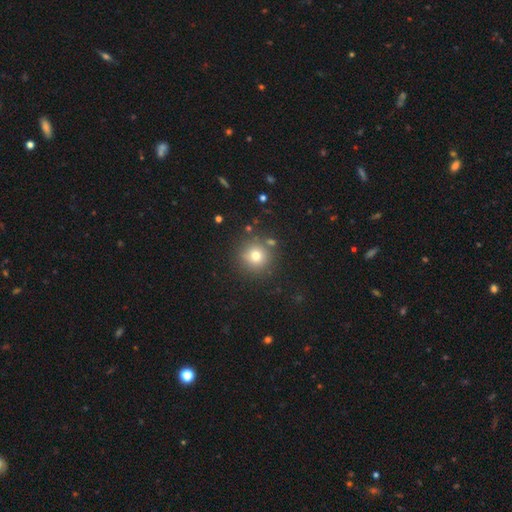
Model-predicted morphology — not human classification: smooth 74%, star or artifact 16%, featured or disk 10%. Down the decision tree: how rounded — round (94%); merging — none (83%).